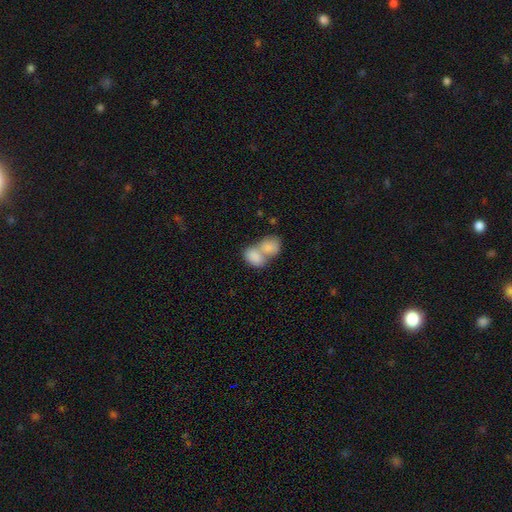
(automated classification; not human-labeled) Morphology: type=smooth (83%); roundness=in between (80%); merging=merger (74%).